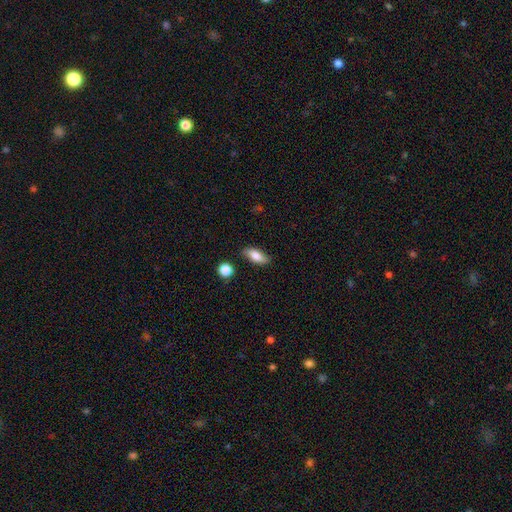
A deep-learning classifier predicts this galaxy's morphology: smooth_or_featured: smooth (p=0.77) [alt: featured or disk p=0.15]
how_rounded: in between (p=0.81) [alt: cigar-shaped p=0.15]
merging: none (p=0.79) [alt: minor disturbance p=0.15]